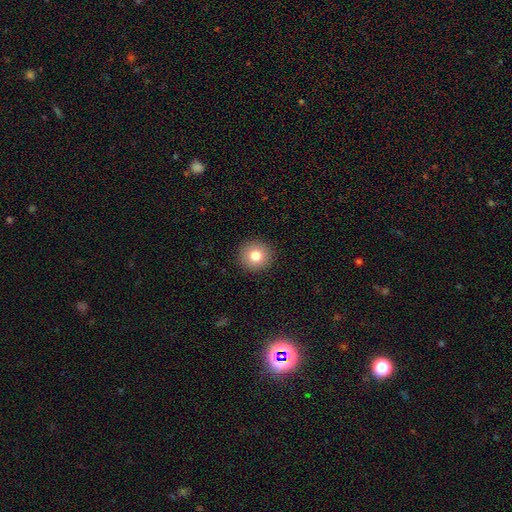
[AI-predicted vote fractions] Morphology: type=smooth (79%); roundness=round (92%); merging=none (92%).